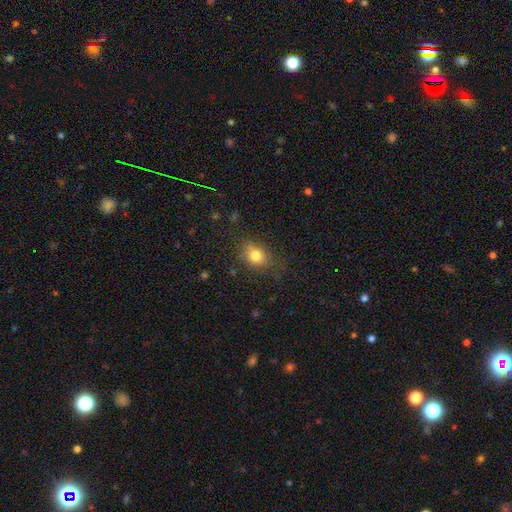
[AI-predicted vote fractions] A smooth galaxy with no disk features (79%) that is in between round and cigar-shaped (55%). Merging: none (77%).